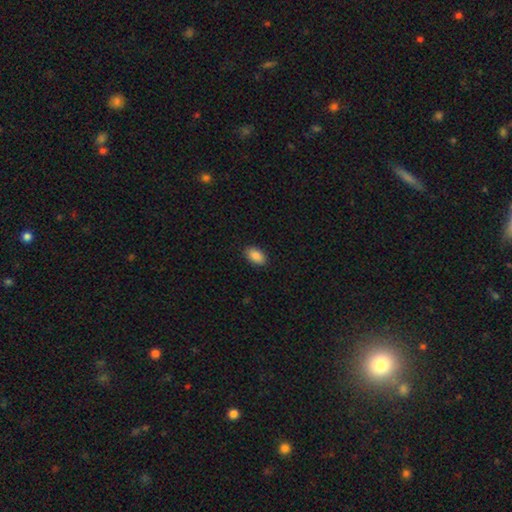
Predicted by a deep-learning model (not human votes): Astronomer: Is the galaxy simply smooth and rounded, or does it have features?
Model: smooth — 88%.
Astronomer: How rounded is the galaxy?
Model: in between — 92%.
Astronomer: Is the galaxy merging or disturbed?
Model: none — 89%.